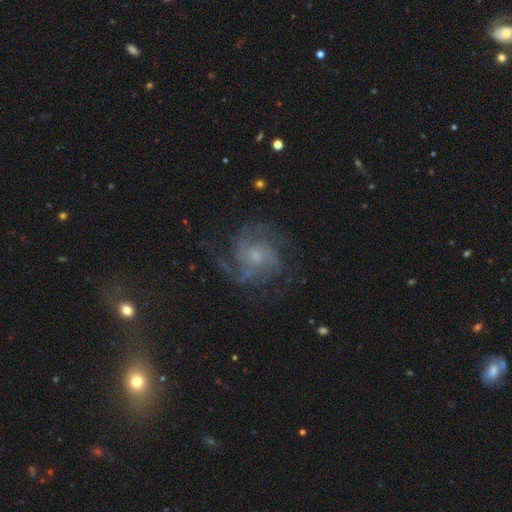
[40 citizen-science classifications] This is clearly a featured or disk galaxy (95%). It is clearly not viewed edge-on (97%). Bar: likely no (65%). Spiral arm pattern: clearly yes (97%). Spiral arm count: marginally 2 (42%). Spiral winding: possibly tight (47%). Central bulge: possibly small (57%). Merging: likely none (72%).